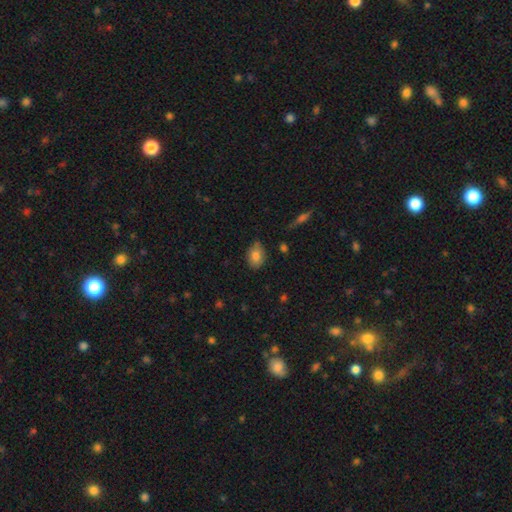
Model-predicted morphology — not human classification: Q: Smooth or featured?
A: smooth (82%); runner-up: featured or disk (9%)
Q: How rounded?
A: in between (75%); runner-up: round (24%)
Q: Merging?
A: none (71%); runner-up: minor disturbance (23%)